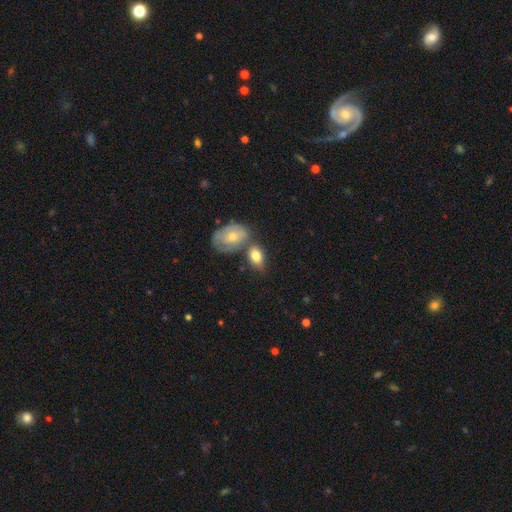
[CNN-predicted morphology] This is likely a smooth galaxy (74%). How rounded: clearly in between (84%). Merging: marginally none (44%).